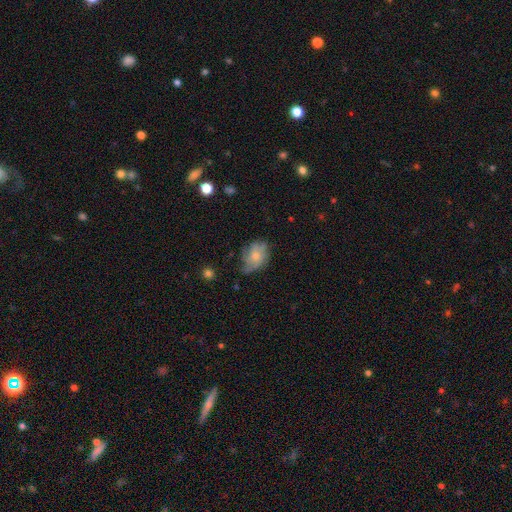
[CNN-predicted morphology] Overall: smooth (50%; featured or disk 42%). Merging: none (45%; minor disturbance 36%).